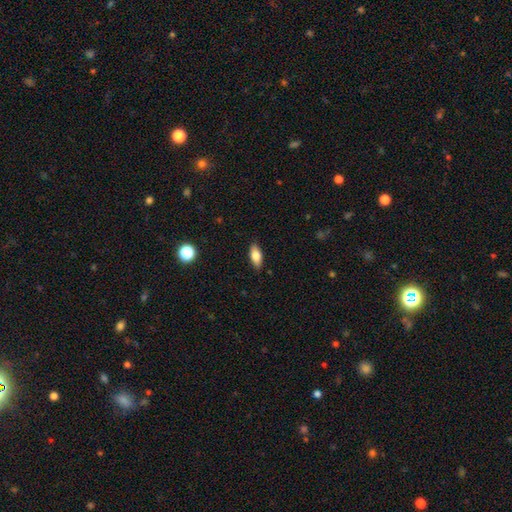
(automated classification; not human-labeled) Smooth or featured: smooth — 77% (featured or disk — 15%)
How rounded: in between — 82% (cigar-shaped — 15%)
Merging: none — 87% (minor disturbance — 9%)